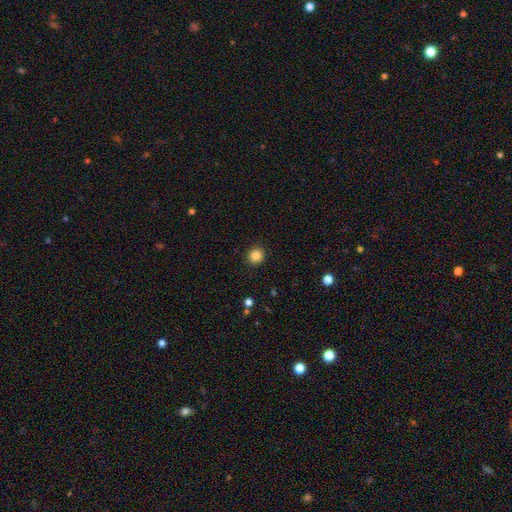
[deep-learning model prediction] Morphology: type=smooth (85%); roundness=round (89%); merging=none (91%).